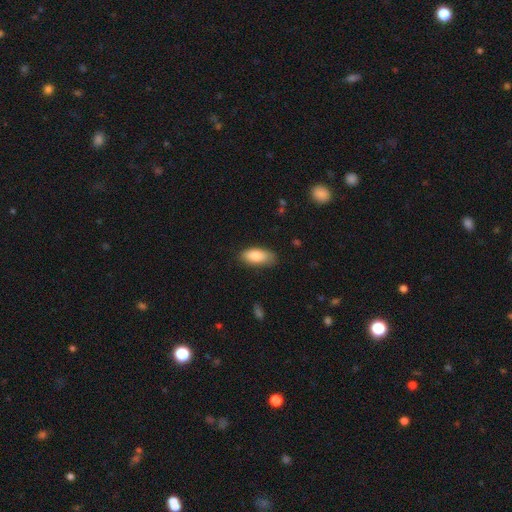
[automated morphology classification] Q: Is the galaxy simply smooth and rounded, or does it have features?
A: smooth — 84%.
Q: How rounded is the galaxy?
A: in between — 86%.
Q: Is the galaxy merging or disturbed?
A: none — 75%.